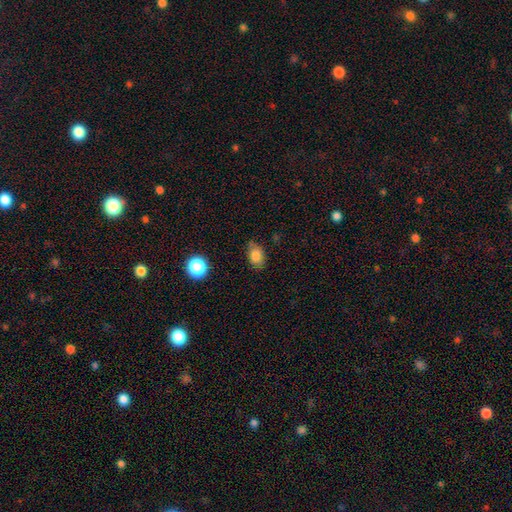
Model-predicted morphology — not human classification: A smooth galaxy with no disk features (82%) that is in between round and cigar-shaped (82%).

Vote fractions:
- Smooth or featured? smooth: 82% / star or artifact: 10% / featured or disk: 8%
- How rounded? in between: 82% / round: 16% / cigar-shaped: 2%
- Merging? none: 76% / minor disturbance: 19% / major disturbance: 4% / merger: 2%